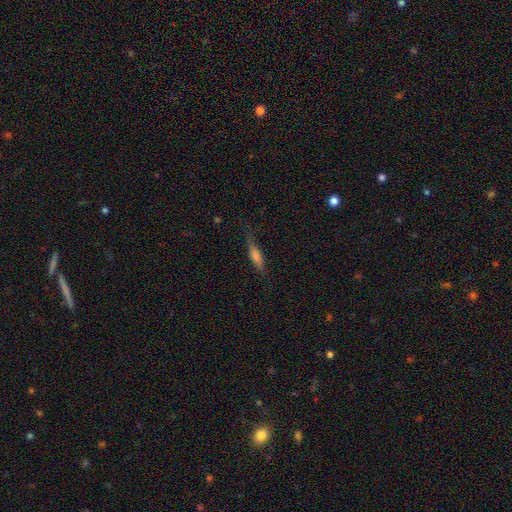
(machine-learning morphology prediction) Overall: smooth (51%; featured or disk 41%). How rounded: cigar-shaped (78%). Merging: none (75%).